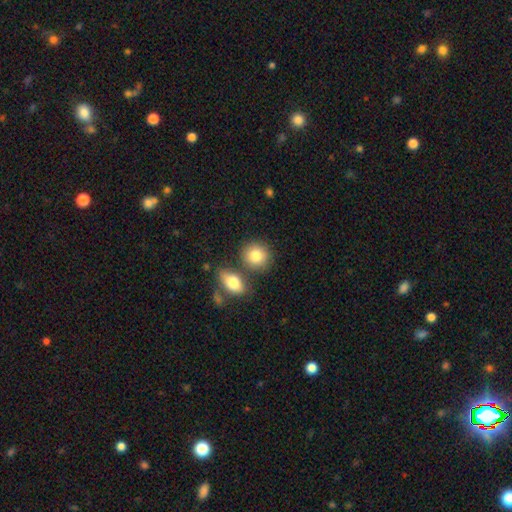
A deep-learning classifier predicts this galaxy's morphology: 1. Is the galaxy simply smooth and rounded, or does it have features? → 82% smooth, 10% featured or disk, 8% star or artifact.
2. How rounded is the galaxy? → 79% round, 19% in between, 1% cigar-shaped.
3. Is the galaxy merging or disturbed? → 69% none, 18% merger, 10% minor disturbance, 3% major disturbance.